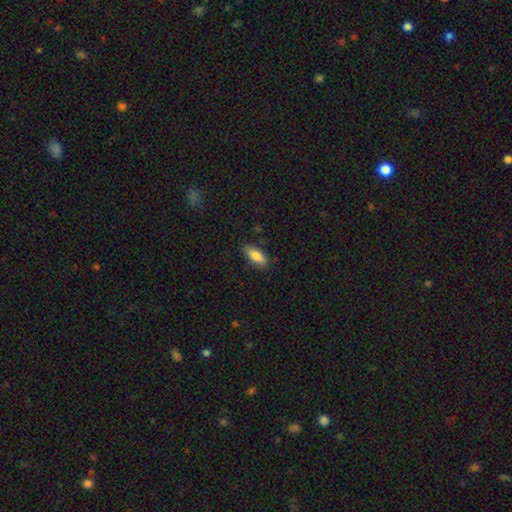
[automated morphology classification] The model was most divided on "how rounded": in between: 73%, cigar-shaped: 25%, round: 2%. More confident: merging — none (86%); smooth or featured — smooth (80%).